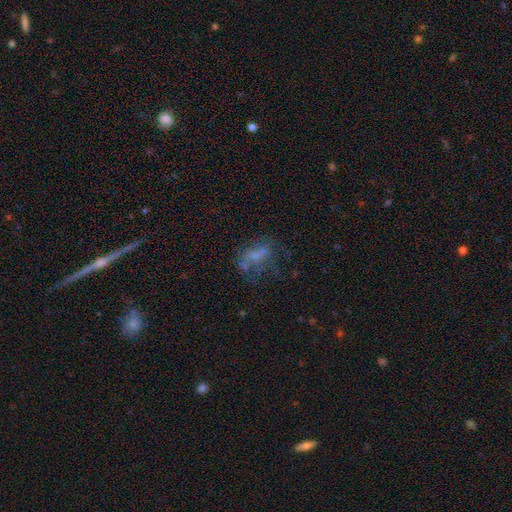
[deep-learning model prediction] Smooth or featured: featured or disk — 40% (smooth — 39%)
Merging: none — 40% (major disturbance — 32%)